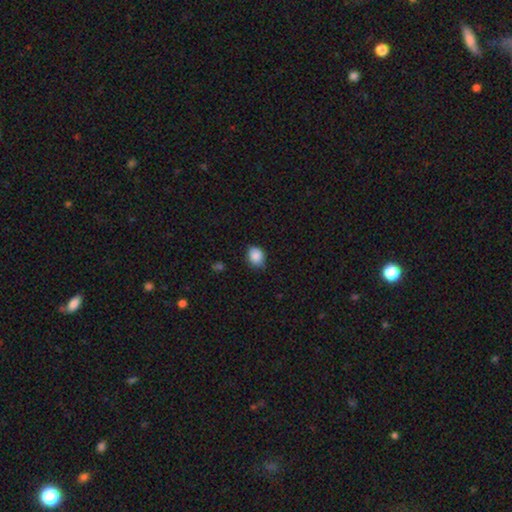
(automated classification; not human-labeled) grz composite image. It shows a smooth galaxy with no disk features (87%) that is round (50%). Merging: none (73%).